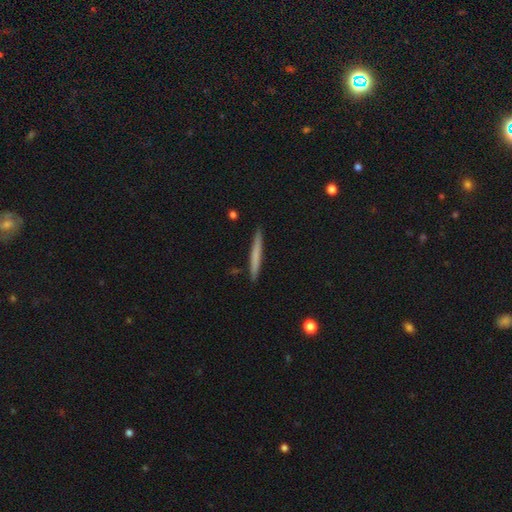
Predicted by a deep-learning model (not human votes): Morphology: type=smooth (65%); roundness=cigar-shaped (97%); merging=none (90%).